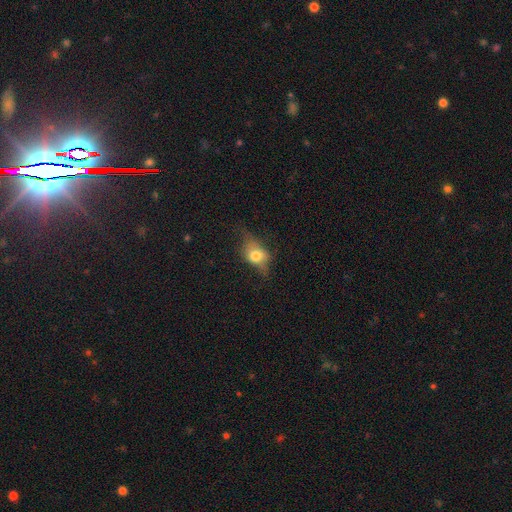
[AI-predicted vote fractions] smooth-or-featured: smooth: 62% | featured or disk: 28% | star or artifact: 10%
  how-rounded: in between: 66% | round: 30% | cigar-shaped: 4%
  merging: none: 45% | minor disturbance: 32% | major disturbance: 21% | merger: 2%